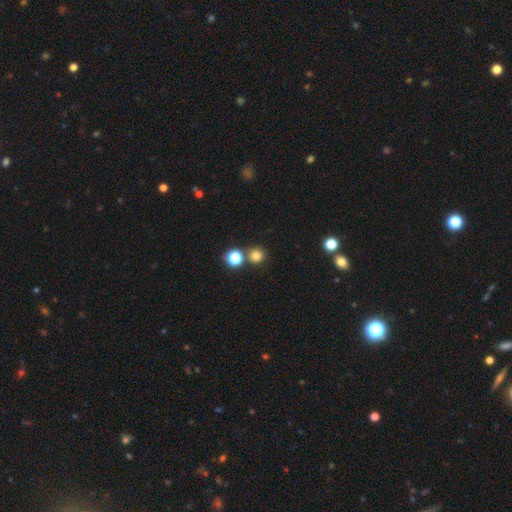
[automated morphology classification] A smooth galaxy with no disk features (78%) that is round (92%).

Vote fractions:
- Smooth or featured? smooth: 78% / star or artifact: 17% / featured or disk: 6%
- How rounded? round: 92% / in between: 7% / cigar-shaped: 1%
- Merging? none: 77% / merger: 14% / minor disturbance: 7% / major disturbance: 3%